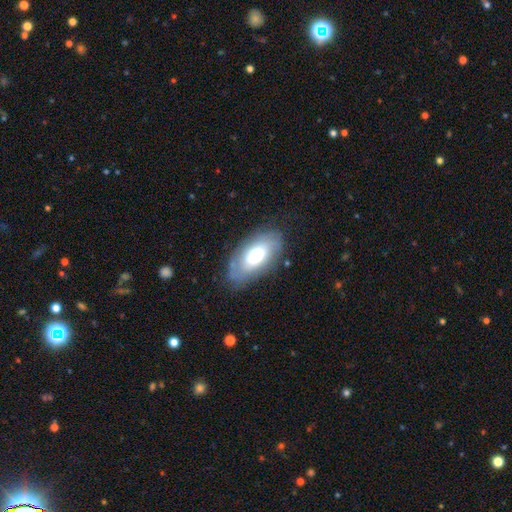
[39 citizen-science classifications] This is possibly a smooth galaxy (56%). How rounded: clearly in between (95%). Merging: likely none (66%).